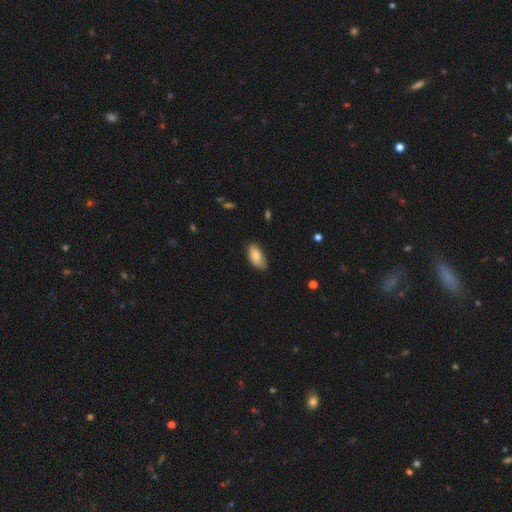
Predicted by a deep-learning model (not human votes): Smooth or featured?
  - smooth: 84% *
  - featured or disk: 9%
  - star or artifact: 7%
How rounded?
  - in between: 93% *
  - cigar-shaped: 4%
  - round: 2%
Merging?
  - none: 75% *
  - minor disturbance: 21%
  - major disturbance: 3%
  - merger: 1%